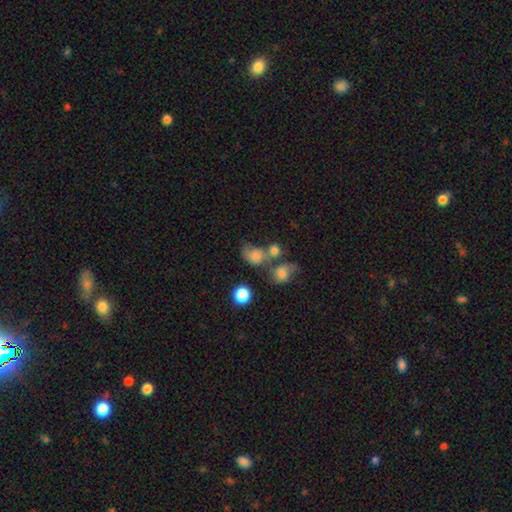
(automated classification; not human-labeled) Morphology: type=smooth (75%); roundness=round (51%); merging=merger (41%).